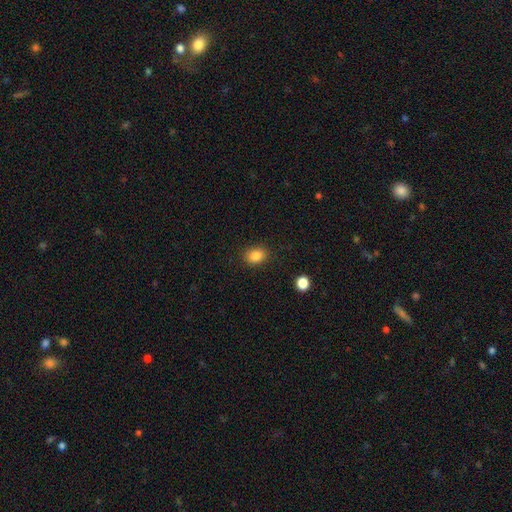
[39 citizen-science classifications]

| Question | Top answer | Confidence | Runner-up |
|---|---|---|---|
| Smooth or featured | smooth | 90% | featured or disk (5%) |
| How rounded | in between | 57% | round (43%) |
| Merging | none | 84% | minor disturbance (11%) |